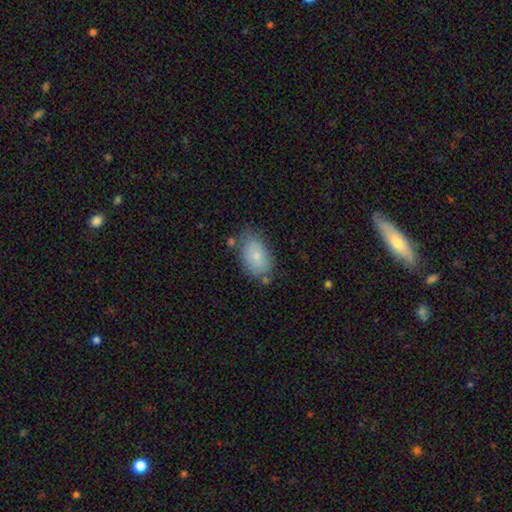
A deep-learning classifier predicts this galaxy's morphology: This is clearly a smooth galaxy (81%). How rounded: clearly in between (91%). Merging: likely none (67%).